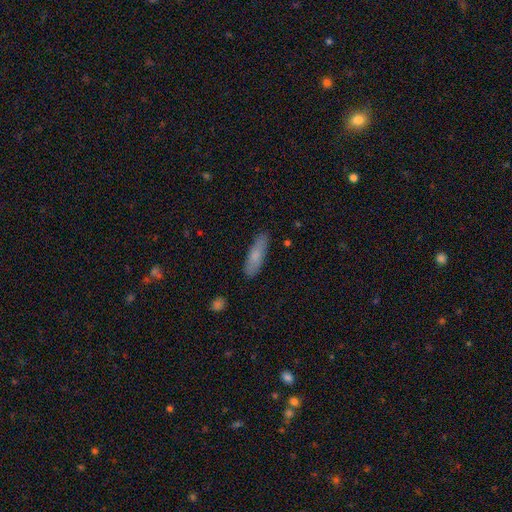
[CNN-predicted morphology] Smooth or featured? smooth (77%)
How rounded? cigar-shaped (59%)
Merging? none (86%)